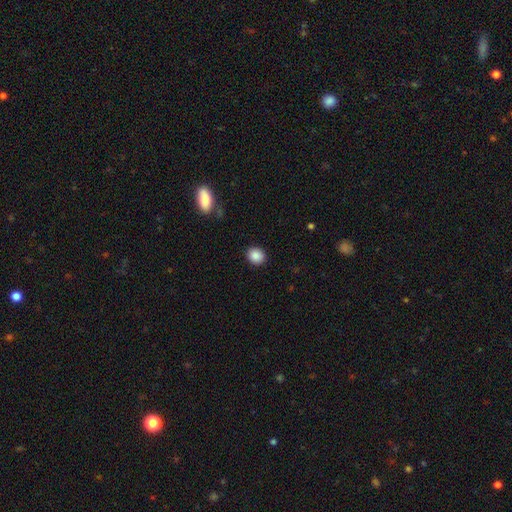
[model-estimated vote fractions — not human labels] Q: Smooth or featured?
A: smooth (88%); runner-up: star or artifact (9%)
Q: How rounded?
A: round (72%); runner-up: in between (27%)
Q: Merging?
A: none (90%); runner-up: minor disturbance (7%)